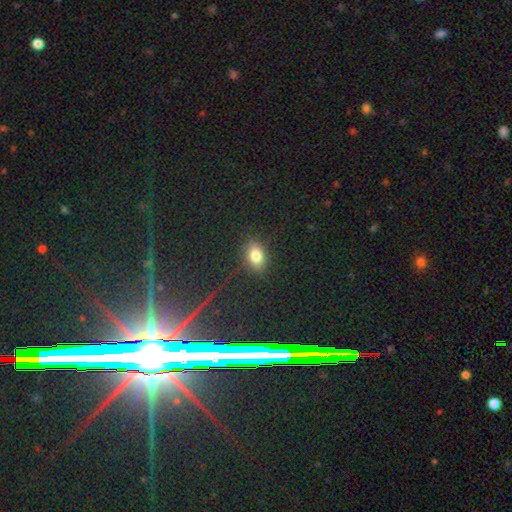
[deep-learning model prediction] smooth_or_featured: smooth (p=0.79) [alt: star or artifact p=0.13]
how_rounded: in between (p=0.78) [alt: round p=0.20]
merging: none (p=0.85) [alt: minor disturbance p=0.11]